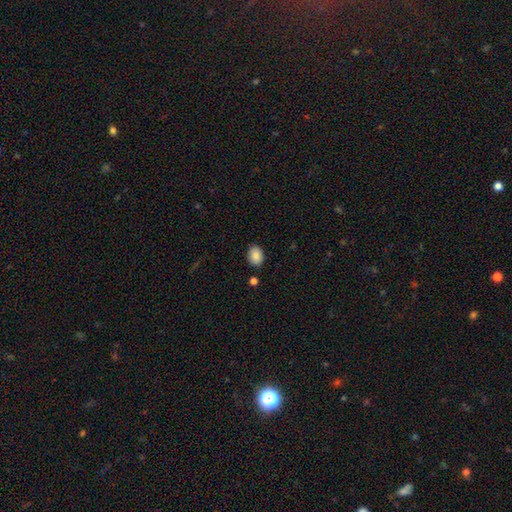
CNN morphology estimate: A smooth galaxy with no disk features (88%) that is in between round and cigar-shaped (72%). Merging: none (85%).